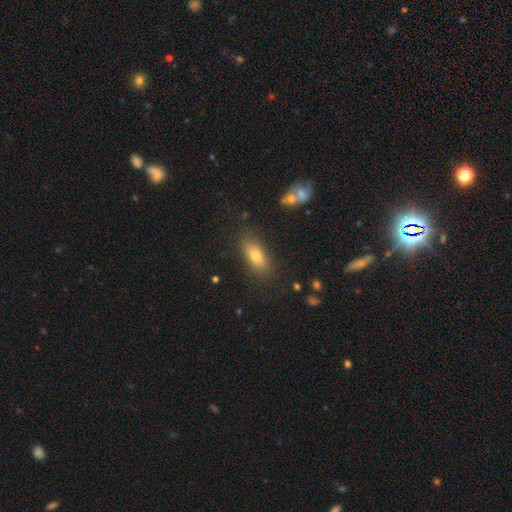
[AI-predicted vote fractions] Morphology: type=smooth (74%); roundness=in between (77%); merging=none (80%).